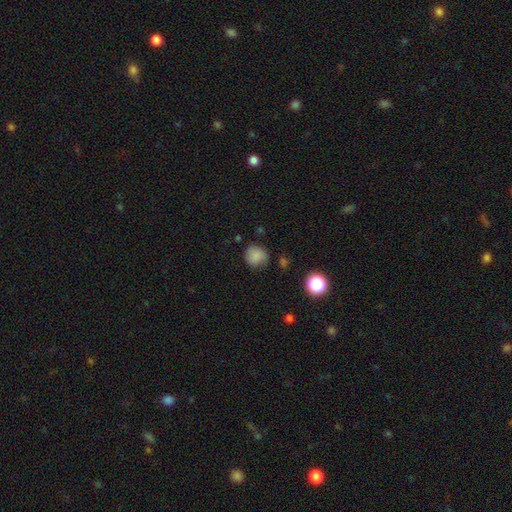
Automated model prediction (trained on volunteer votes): The model was most divided on "merging": none: 72%, minor disturbance: 20%, major disturbance: 5%, merger: 3%. More confident: how rounded — round (85%); smooth or featured — smooth (82%).